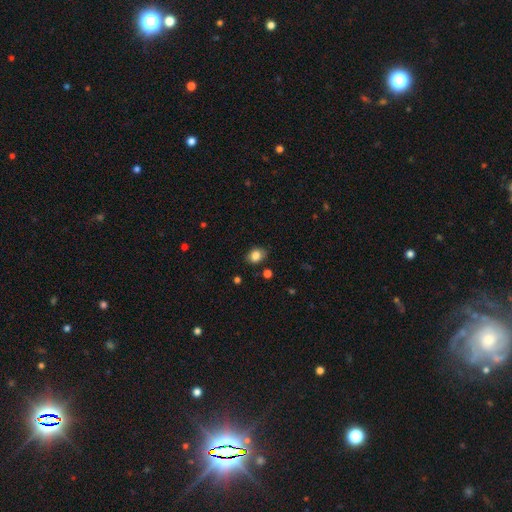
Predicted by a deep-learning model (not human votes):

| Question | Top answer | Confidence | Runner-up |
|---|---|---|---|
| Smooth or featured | smooth | 84% | star or artifact (10%) |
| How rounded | in between | 59% | round (40%) |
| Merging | none | 82% | minor disturbance (13%) |